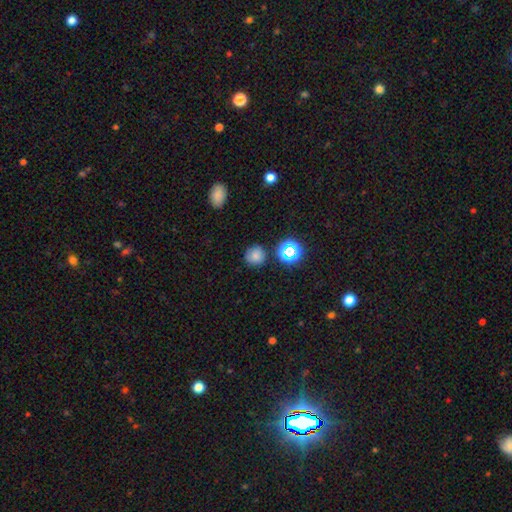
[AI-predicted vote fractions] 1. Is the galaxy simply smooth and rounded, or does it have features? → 75% smooth, 17% star or artifact, 8% featured or disk.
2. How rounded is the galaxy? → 91% round, 8% in between, 1% cigar-shaped.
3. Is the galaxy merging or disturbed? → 82% none, 11% minor disturbance, 4% merger, 3% major disturbance.